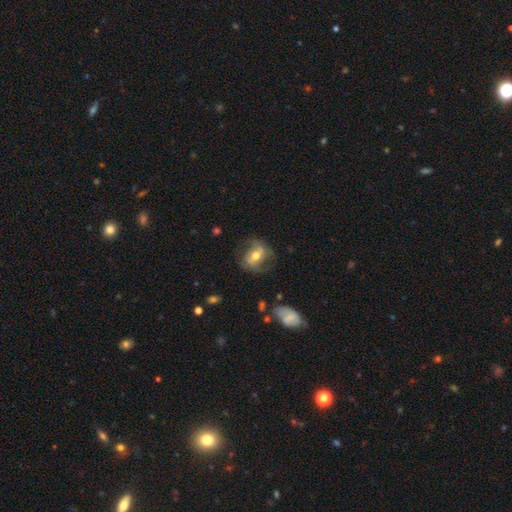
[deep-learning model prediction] smooth_or_featured: featured or disk (p=0.59) [alt: smooth p=0.34]
disk_edge_on: no (p=0.94) [alt: yes p=0.06]
bar: weak (p=0.38) [alt: strong p=0.33]
has_spiral_arms: yes (p=0.73) [alt: no p=0.27]
bulge_size: moderate (p=0.70) [alt: small p=0.19]
merging: none (p=0.62) [alt: minor disturbance p=0.22]